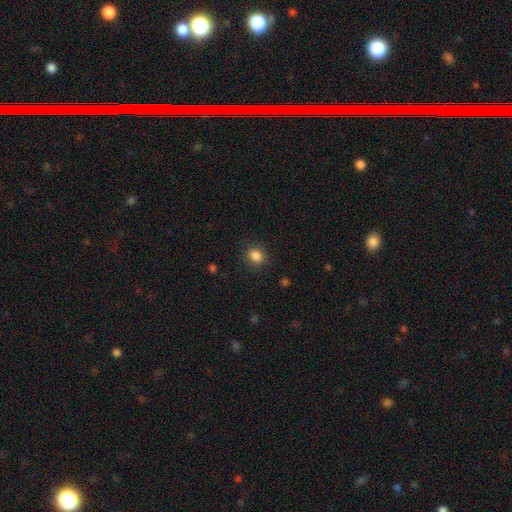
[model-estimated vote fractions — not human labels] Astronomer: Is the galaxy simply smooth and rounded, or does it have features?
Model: smooth — 85%.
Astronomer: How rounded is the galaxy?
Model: round — 56% (runner-up: in between, 43%).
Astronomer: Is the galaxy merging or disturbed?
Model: none — 85%.